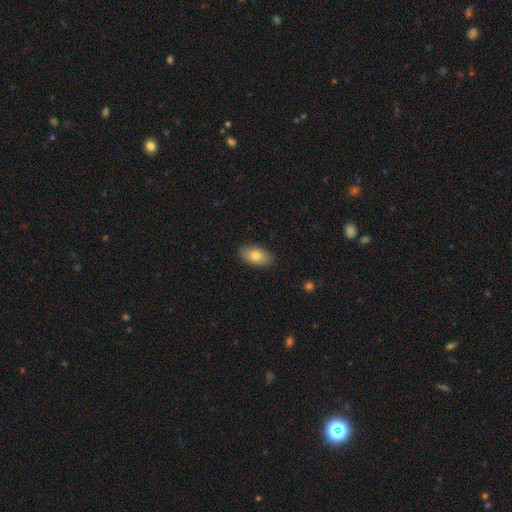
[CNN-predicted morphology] A smooth galaxy with no disk features (78%) that is in between round and cigar-shaped (92%). Merging: none (87%).